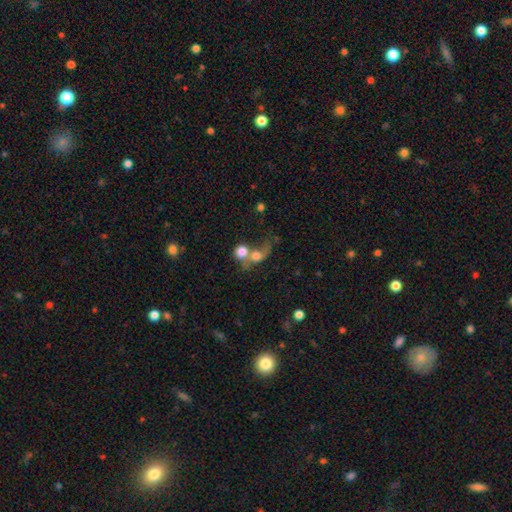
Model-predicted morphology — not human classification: Smooth or featured: smooth — 57% (featured or disk — 28%)
How rounded: round — 66% (in between — 31%)
Merging: merger — 58% (none — 20%)